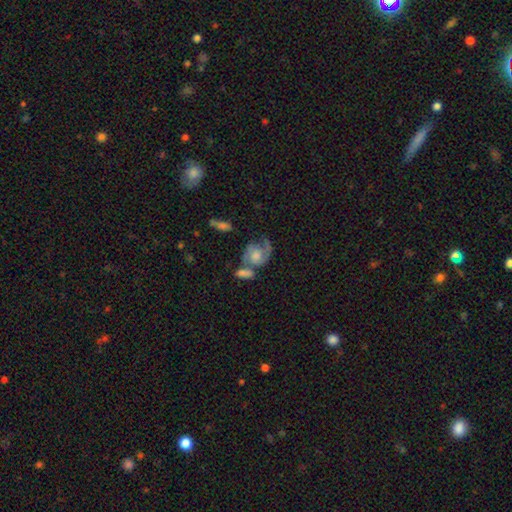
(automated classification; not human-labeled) smooth_or_featured: featured or disk (p=0.73) [alt: smooth p=0.20]
disk_edge_on: no (p=0.97) [alt: yes p=0.03]
bar: no (p=0.71) [alt: weak p=0.24]
has_spiral_arms: yes (p=0.90) [alt: no p=0.10]
spiral_winding: medium (p=0.46) [alt: tight p=0.33]
spiral_arm_count: 2 (p=0.67) [alt: 1 p=0.19]
bulge_size: moderate (p=0.49) [alt: large p=0.22]
merging: none (p=0.38) [alt: merger p=0.29]